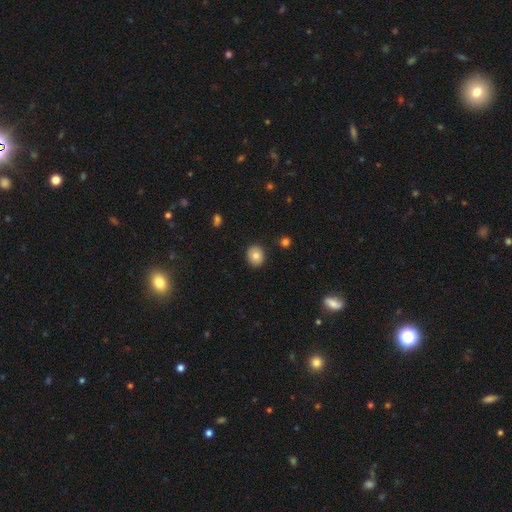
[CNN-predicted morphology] Smooth or featured? Predicted: smooth (p=0.81). How rounded? Predicted: round (p=0.74). Merging? Predicted: none (p=0.90).